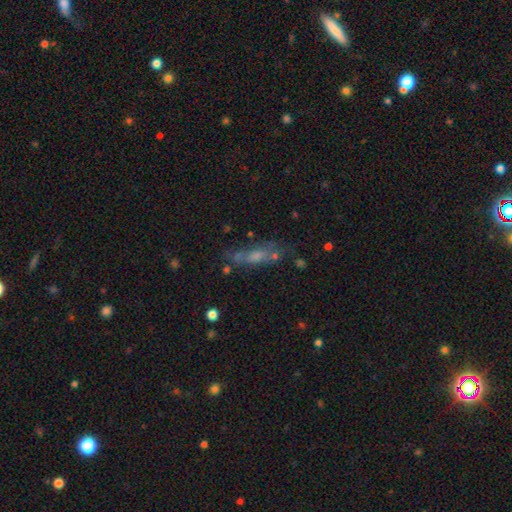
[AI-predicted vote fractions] This appears to be a featured or disk galaxy (43%). Merging: none (59%).